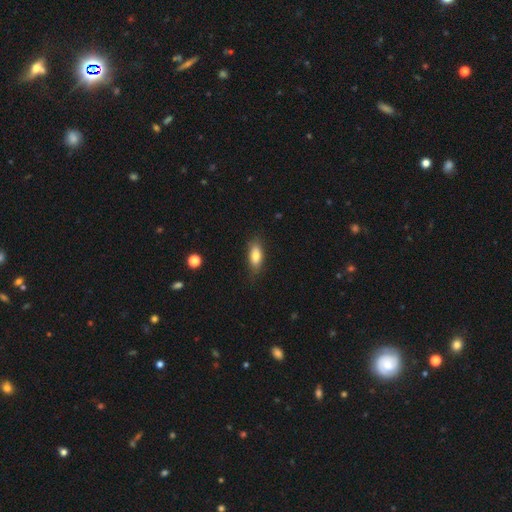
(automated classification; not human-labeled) Smooth or featured? smooth (79%)
How rounded? in between (81%)
Merging? none (76%)